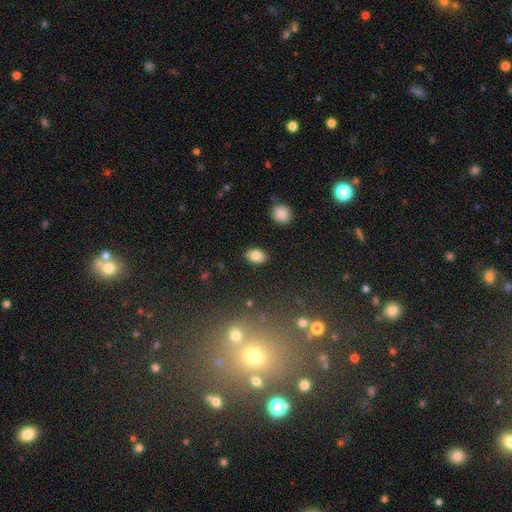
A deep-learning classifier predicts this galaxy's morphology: Smooth or featured?
  - smooth: 82% *
  - star or artifact: 9%
  - featured or disk: 9%
How rounded?
  - in between: 81% *
  - round: 17%
  - cigar-shaped: 1%
Merging?
  - none: 87% *
  - minor disturbance: 9%
  - major disturbance: 2%
  - merger: 2%